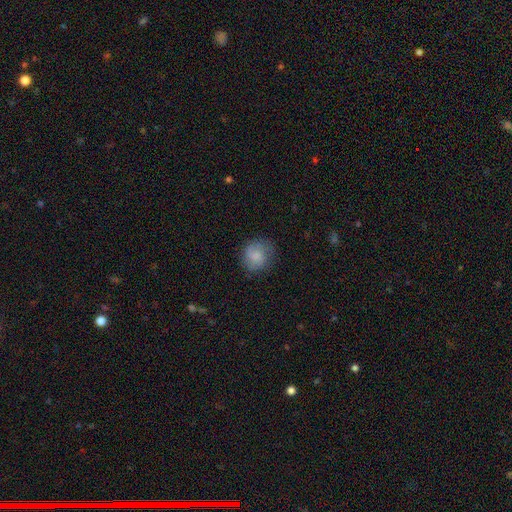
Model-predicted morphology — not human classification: This is likely a smooth galaxy (79%). How rounded: clearly round (84%). Merging: likely none (73%).